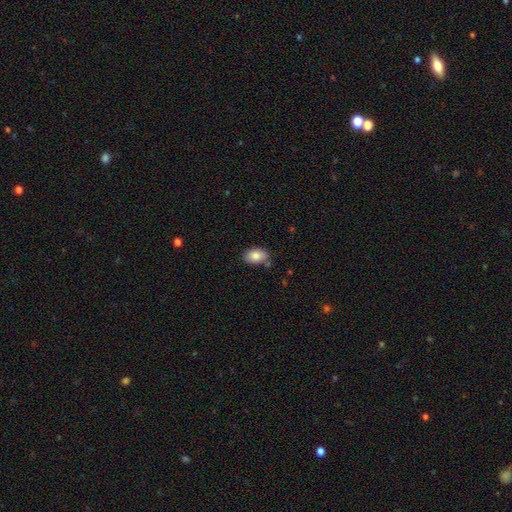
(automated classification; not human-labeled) Overall: smooth (85%). How rounded: in between (88%). Merging: none (74%).